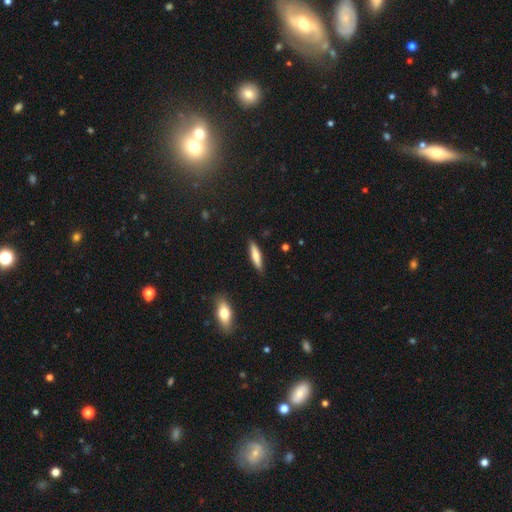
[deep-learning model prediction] Smooth or featured: smooth — 72% (featured or disk — 21%)
How rounded: cigar-shaped — 77% (in between — 22%)
Merging: none — 87% (minor disturbance — 9%)